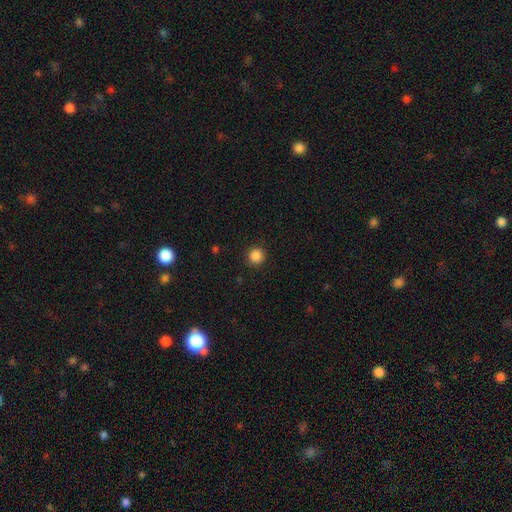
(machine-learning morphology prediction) This is clearly a smooth galaxy (87%). How rounded: clearly round (93%). Merging: clearly none (91%).